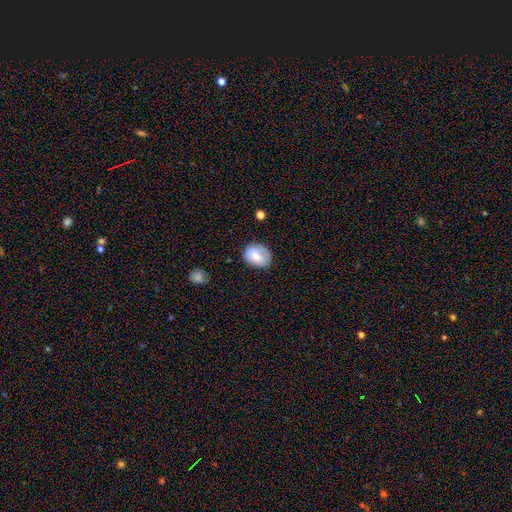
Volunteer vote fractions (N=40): Overall: smooth (75%). How rounded: in between (63%; round 37%). Merging: none (57%; minor disturbance 32%).